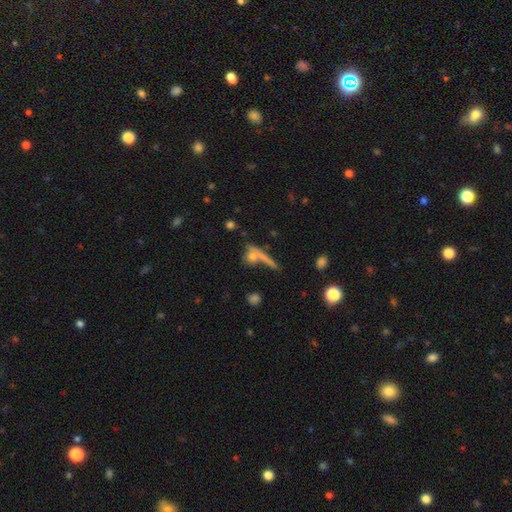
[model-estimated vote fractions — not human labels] Q: Smooth or featured?
A: smooth (64%); runner-up: featured or disk (24%)
Q: How rounded?
A: cigar-shaped (38%); runner-up: round (35%)
Q: Merging?
A: none (51%); runner-up: merger (28%)